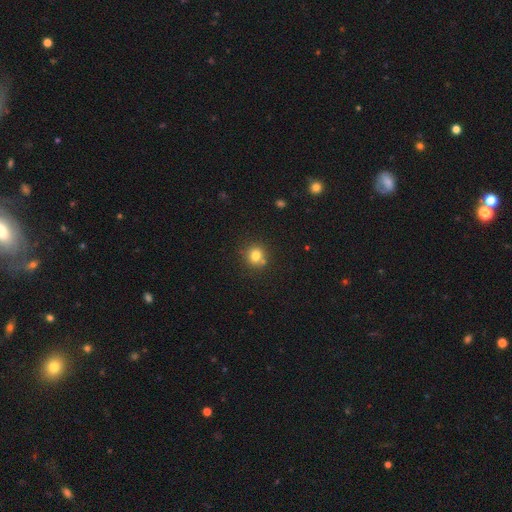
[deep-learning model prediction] Smooth or featured?
  - smooth: 78% *
  - star or artifact: 13%
  - featured or disk: 8%
How rounded?
  - round: 87% *
  - in between: 12%
  - cigar-shaped: 1%
Merging?
  - none: 74% *
  - merger: 12%
  - minor disturbance: 11%
  - major disturbance: 3%